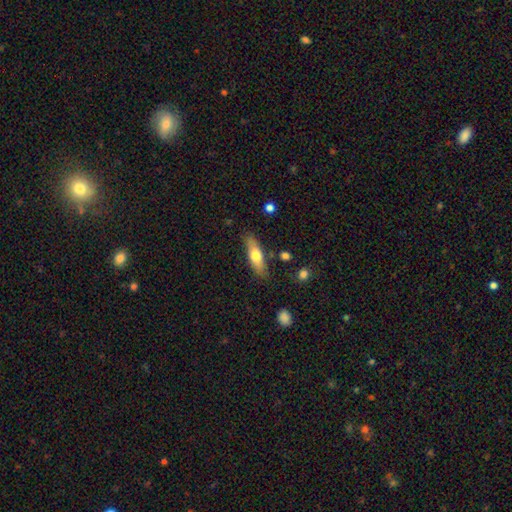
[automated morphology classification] A smooth galaxy with no disk features (61%) that is cigar-shaped (50%).

Vote fractions:
- Smooth or featured? smooth: 61% / featured or disk: 33% / star or artifact: 6%
- How rounded? cigar-shaped: 50% / in between: 47% / round: 3%
- Merging? none: 81% / minor disturbance: 13% / major disturbance: 3% / merger: 3%